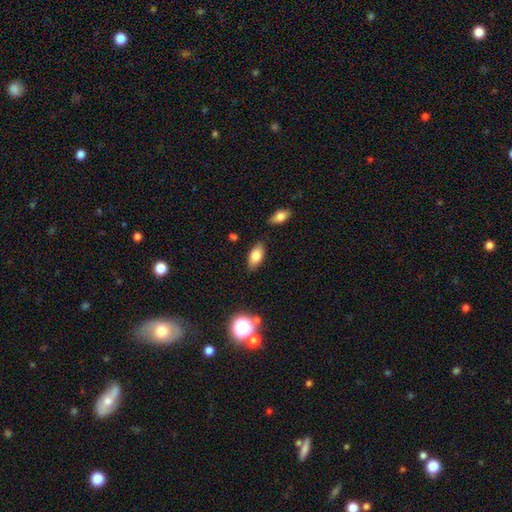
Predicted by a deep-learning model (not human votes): Smooth or featured: smooth — 78% (featured or disk — 13%)
How rounded: in between — 89% (cigar-shaped — 7%)
Merging: none — 81% (minor disturbance — 13%)